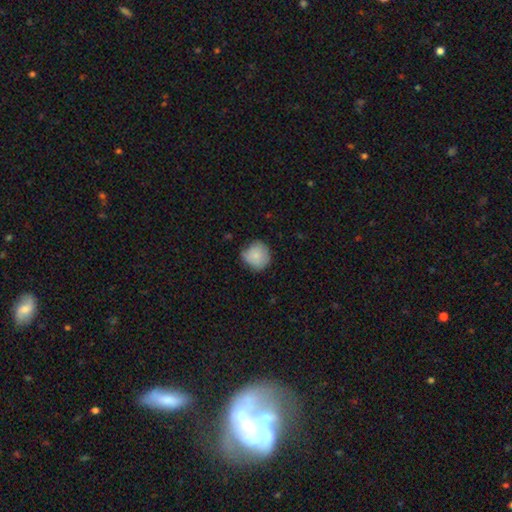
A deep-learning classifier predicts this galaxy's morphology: Q: Smooth or featured?
A: smooth (82%); runner-up: featured or disk (10%)
Q: How rounded?
A: round (89%); runner-up: in between (10%)
Q: Merging?
A: none (62%); runner-up: minor disturbance (31%)